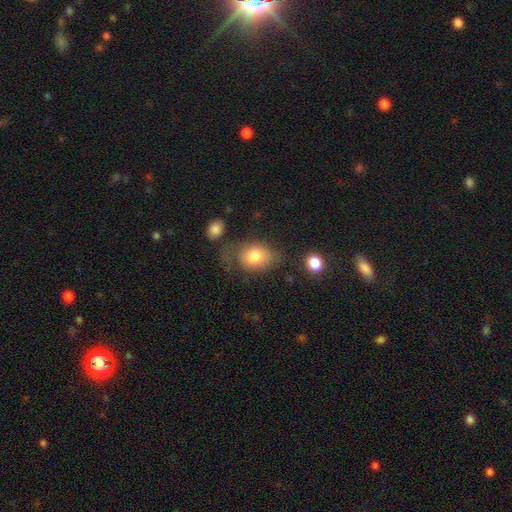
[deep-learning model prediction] This is likely a smooth galaxy (77%). How rounded: likely in between (70%). Merging: marginally none (44%).